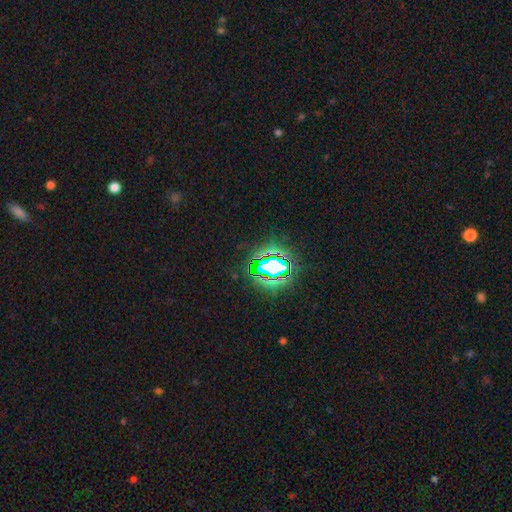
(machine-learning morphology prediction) Smooth or featured?
  - star or artifact: 76% *
  - smooth: 15%
  - featured or disk: 9%